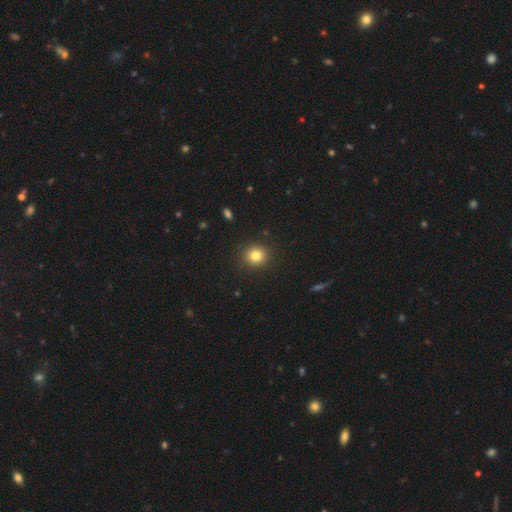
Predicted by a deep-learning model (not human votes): Smooth or featured?
  - smooth: 82% *
  - star or artifact: 12%
  - featured or disk: 6%
How rounded?
  - round: 88% *
  - in between: 11%
  - cigar-shaped: 1%
Merging?
  - none: 91% *
  - minor disturbance: 6%
  - major disturbance: 2%
  - merger: 1%